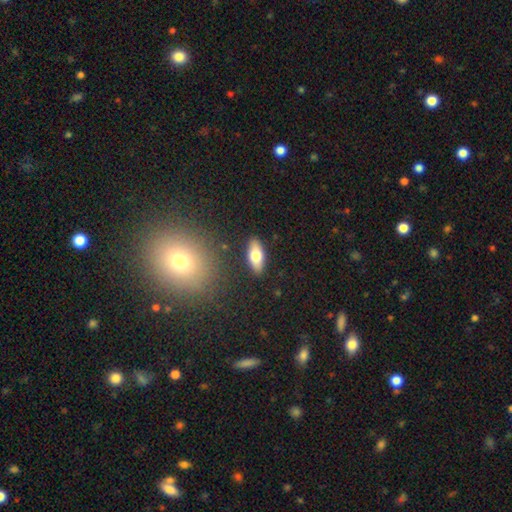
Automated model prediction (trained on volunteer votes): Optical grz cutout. It shows a smooth galaxy with no disk features (72%) that is in between round and cigar-shaped (81%). Merging: none (88%).